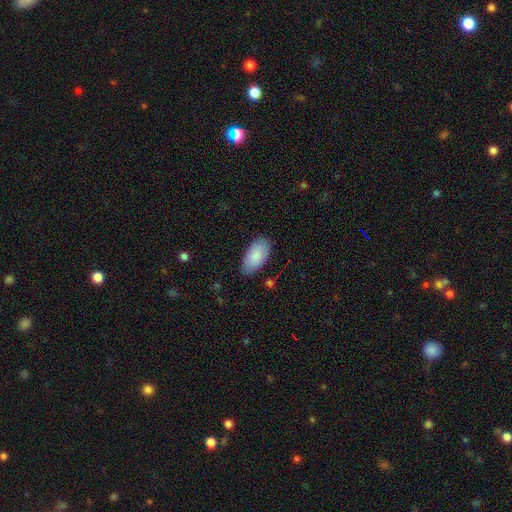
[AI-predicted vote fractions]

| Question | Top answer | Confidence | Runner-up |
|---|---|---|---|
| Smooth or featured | smooth | 86% | featured or disk (8%) |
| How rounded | in between | 95% | cigar-shaped (3%) |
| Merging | none | 82% | minor disturbance (14%) |